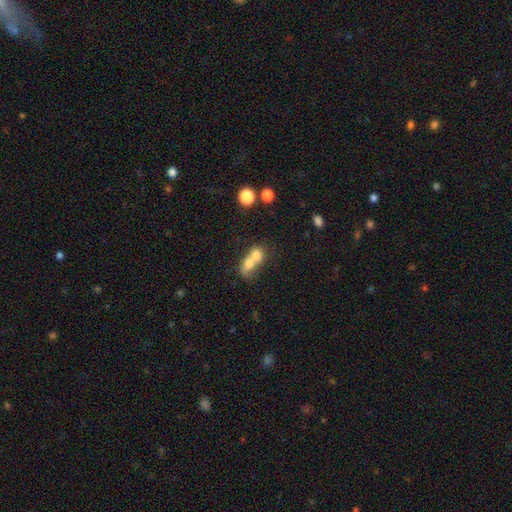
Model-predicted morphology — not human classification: The model was most divided on "how rounded": round: 52%, in between: 45%, cigar-shaped: 3%. More confident: merging — merger (76%); smooth or featured — smooth (69%).